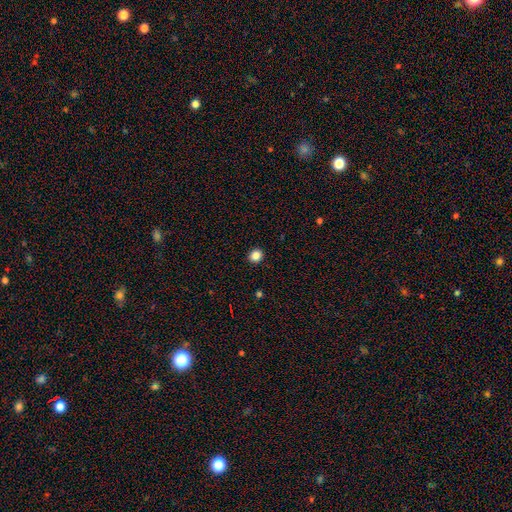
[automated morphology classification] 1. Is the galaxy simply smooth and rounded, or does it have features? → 85% smooth, 11% star or artifact, 4% featured or disk.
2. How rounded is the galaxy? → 81% round, 18% in between, 1% cigar-shaped.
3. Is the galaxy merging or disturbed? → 93% none, 5% minor disturbance, 2% major disturbance, 1% merger.